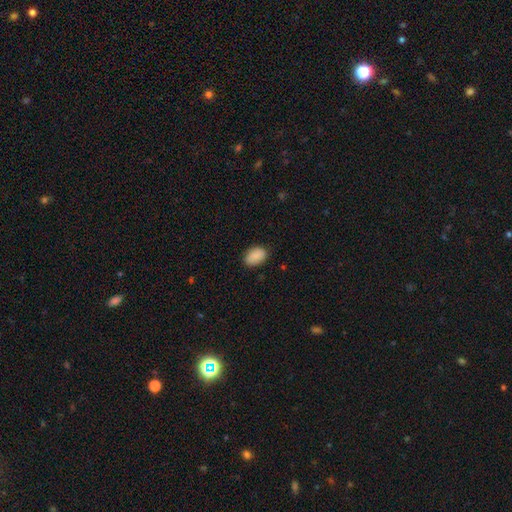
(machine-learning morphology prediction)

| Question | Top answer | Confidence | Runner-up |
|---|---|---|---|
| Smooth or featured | smooth | 89% | star or artifact (7%) |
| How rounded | in between | 88% | round (11%) |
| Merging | none | 81% | minor disturbance (15%) |